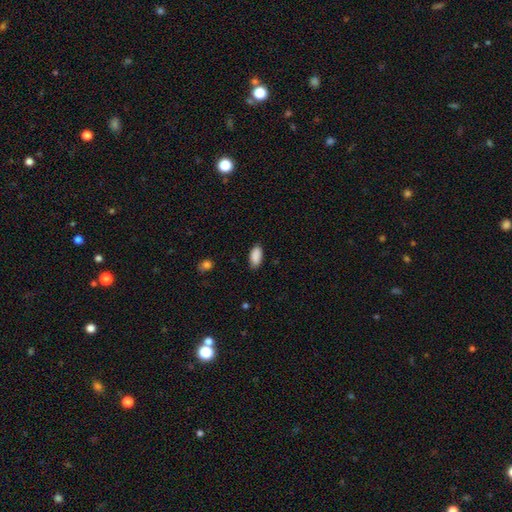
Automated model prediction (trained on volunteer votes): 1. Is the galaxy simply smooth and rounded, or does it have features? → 90% smooth, 7% star or artifact, 4% featured or disk.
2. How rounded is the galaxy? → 92% in between, 6% cigar-shaped, 2% round.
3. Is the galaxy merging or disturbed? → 83% none, 14% minor disturbance, 3% major disturbance, 1% merger.